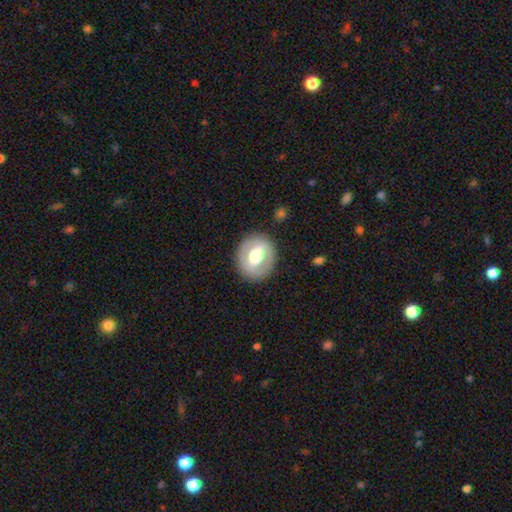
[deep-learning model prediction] The model was most divided on "smooth or featured": featured or disk: 52%, smooth: 42%, star or artifact: 6%. More confident: edge-on disk — no (95%); merging — none (85%).